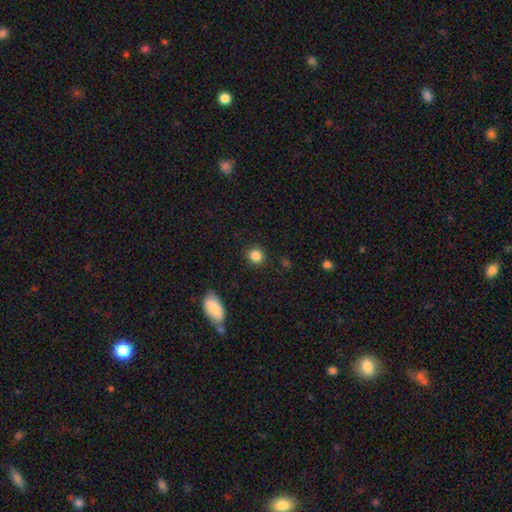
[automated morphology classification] smooth 86%, star or artifact 10%, featured or disk 4%. Down the decision tree: how rounded — round (89%); merging — none (90%).